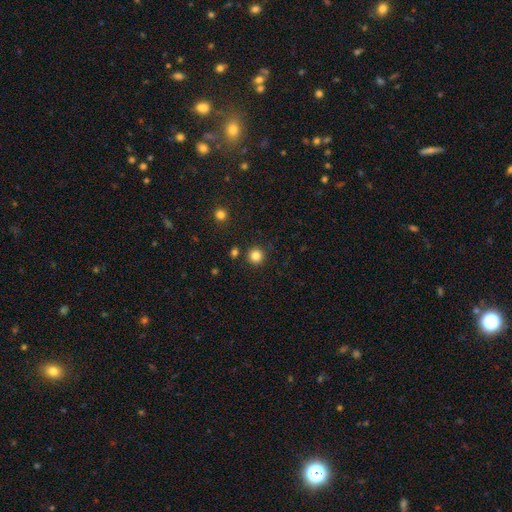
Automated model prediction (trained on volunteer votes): This appears to be a smooth galaxy with no disk features (84%) that is round (95%). Merging: none (89%).